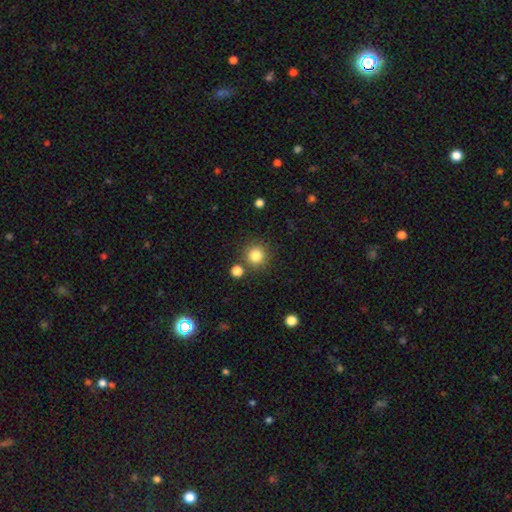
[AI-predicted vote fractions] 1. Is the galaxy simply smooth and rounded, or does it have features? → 83% smooth, 12% star or artifact, 6% featured or disk.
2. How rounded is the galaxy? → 93% round, 6% in between, 1% cigar-shaped.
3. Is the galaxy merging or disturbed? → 82% none, 8% minor disturbance, 7% merger, 3% major disturbance.